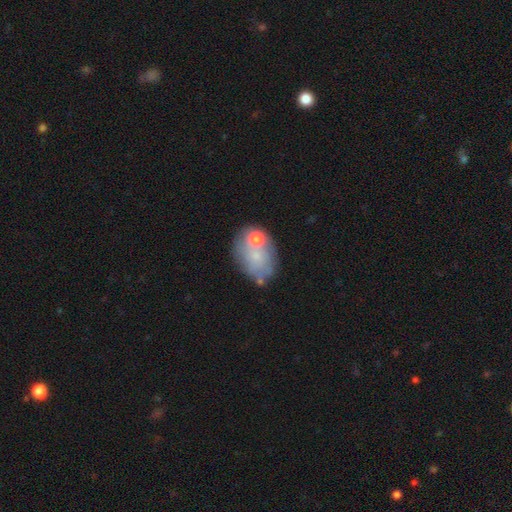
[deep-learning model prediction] Smooth or featured?
  - smooth: 53% *
  - featured or disk: 38%
  - star or artifact: 10%
How rounded?
  - in between: 74% *
  - round: 25%
  - cigar-shaped: 1%
Merging?
  - none: 43% *
  - merger: 25%
  - minor disturbance: 21%
  - major disturbance: 10%